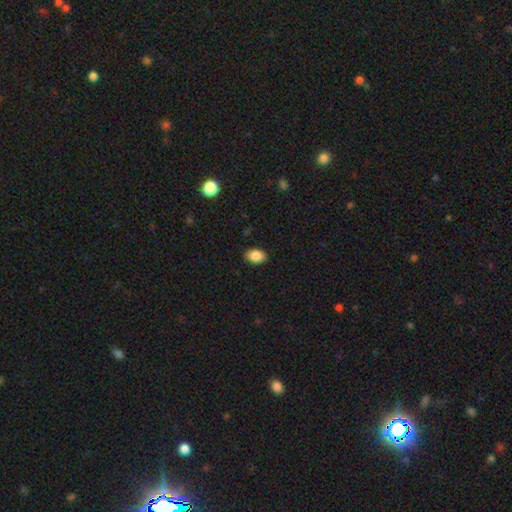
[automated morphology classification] type=smooth (87%); roundness=in between (88%); merging=none (89%).